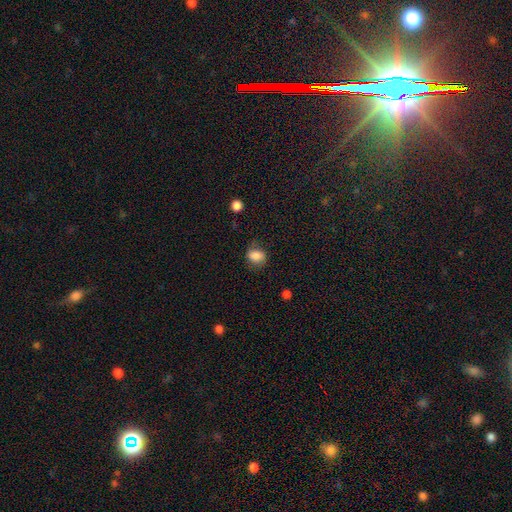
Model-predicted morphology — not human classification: Q: Smooth or featured?
A: smooth (84%); runner-up: star or artifact (9%)
Q: How rounded?
A: in between (53%); runner-up: round (46%)
Q: Merging?
A: none (69%); runner-up: minor disturbance (22%)